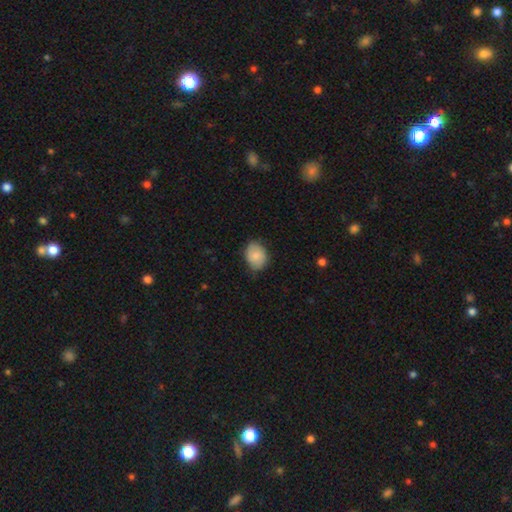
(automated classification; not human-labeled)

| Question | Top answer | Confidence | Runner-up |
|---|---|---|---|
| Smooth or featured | smooth | 84% | featured or disk (10%) |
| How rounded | in between | 59% | round (40%) |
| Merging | none | 73% | minor disturbance (22%) |